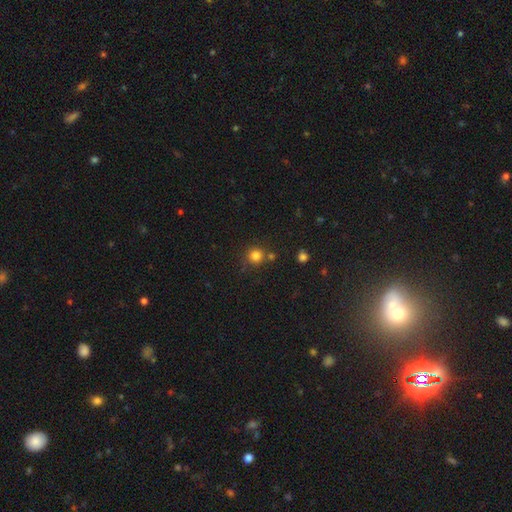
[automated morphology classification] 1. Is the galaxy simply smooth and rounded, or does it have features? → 81% smooth, 13% star or artifact, 6% featured or disk.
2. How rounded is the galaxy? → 92% round, 7% in between, 1% cigar-shaped.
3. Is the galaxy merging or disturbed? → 73% none, 13% merger, 10% minor disturbance, 4% major disturbance.